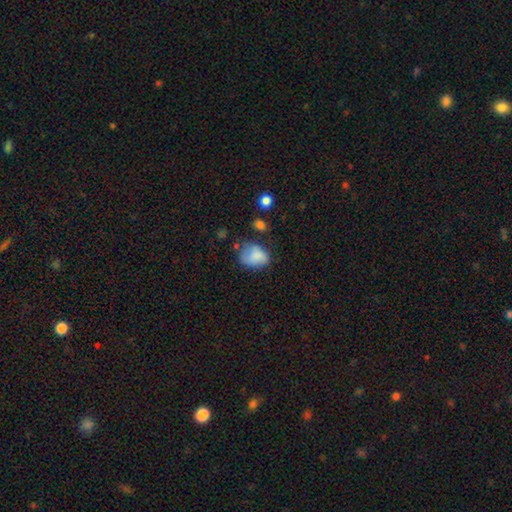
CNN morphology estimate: Smooth or featured?
  - smooth: 79% *
  - featured or disk: 12%
  - star or artifact: 9%
How rounded?
  - in between: 68% *
  - round: 31%
  - cigar-shaped: 1%
Merging?
  - none: 45% *
  - minor disturbance: 34%
  - major disturbance: 15%
  - merger: 6%